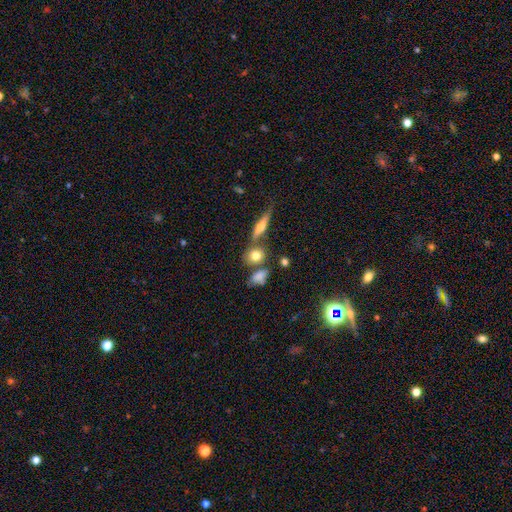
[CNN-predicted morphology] Overall: smooth (75%). How rounded: round (57%; in between 37%). Merging: none (60%; merger 22%).